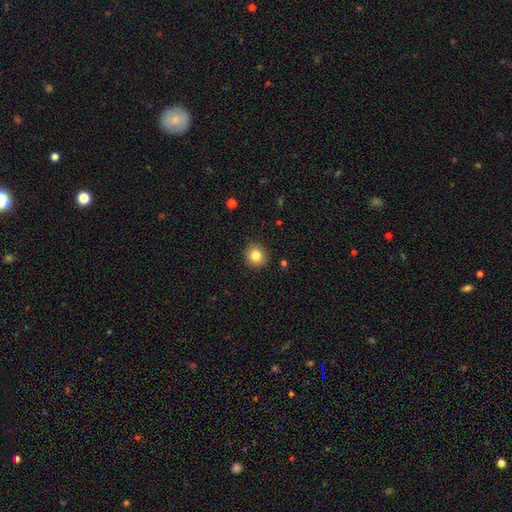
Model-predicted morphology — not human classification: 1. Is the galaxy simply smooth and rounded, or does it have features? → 83% smooth, 10% star or artifact, 7% featured or disk.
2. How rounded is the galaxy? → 89% round, 11% in between, 1% cigar-shaped.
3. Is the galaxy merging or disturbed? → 91% none, 6% minor disturbance, 2% major disturbance, 1% merger.